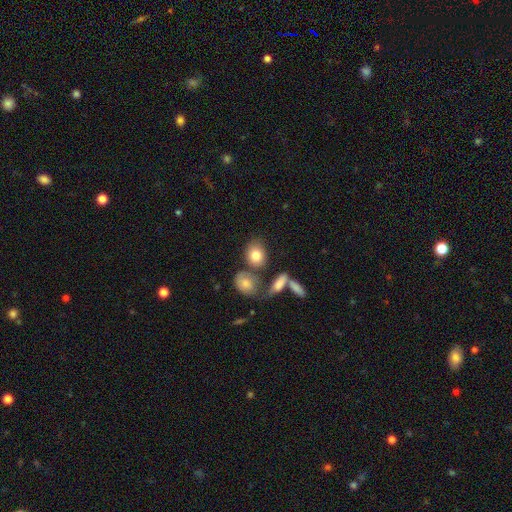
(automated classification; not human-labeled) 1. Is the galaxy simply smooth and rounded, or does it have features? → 79% smooth, 13% featured or disk, 9% star or artifact.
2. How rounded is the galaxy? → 54% in between, 44% round, 2% cigar-shaped.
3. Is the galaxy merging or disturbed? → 59% none, 21% merger, 14% minor disturbance, 6% major disturbance.